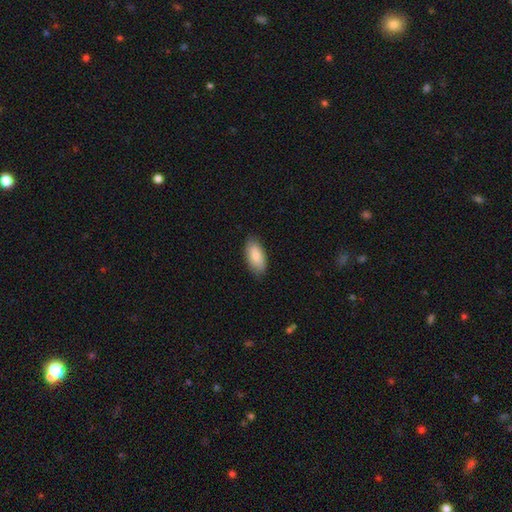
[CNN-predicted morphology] A smooth galaxy with no disk features (85%) that is in between round and cigar-shaped (91%).

Vote fractions:
- Smooth or featured? smooth: 85% / featured or disk: 10% / star or artifact: 6%
- How rounded? in between: 91% / cigar-shaped: 6% / round: 2%
- Merging? none: 85% / minor disturbance: 12% / major disturbance: 2% / merger: 1%